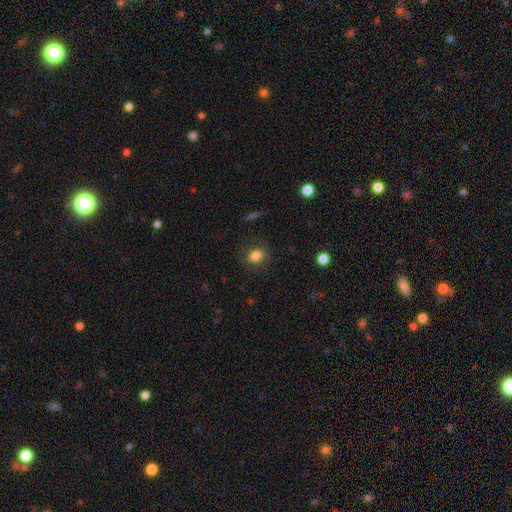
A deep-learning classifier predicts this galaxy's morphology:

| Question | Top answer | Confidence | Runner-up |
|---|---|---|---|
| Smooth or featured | smooth | 83% | star or artifact (10%) |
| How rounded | in between | 50% | round (49%) |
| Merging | none | 84% | minor disturbance (11%) |